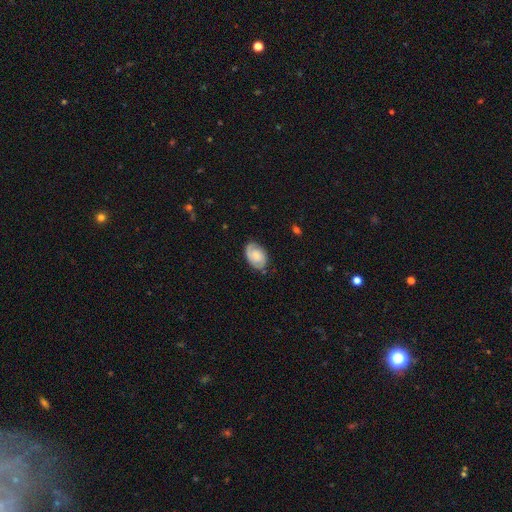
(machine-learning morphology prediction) A featured or disk galaxy (57%) with no bar (68%), spiral arms (89%) and a small central bulge (42%).

Vote fractions:
- Smooth or featured? featured or disk: 57% / smooth: 36% / star or artifact: 7%
- Edge-on disk? no: 97% / yes: 3%
- Bar? no: 68% / weak: 27% / strong: 4%
- Spiral arms? yes: 89% / no: 11%
- Bulge size? small: 42% / moderate: 33% / none: 15% / large: 7% / dominant: 2%
- Merging? none: 75% / minor disturbance: 19% / major disturbance: 5% / merger: 1%